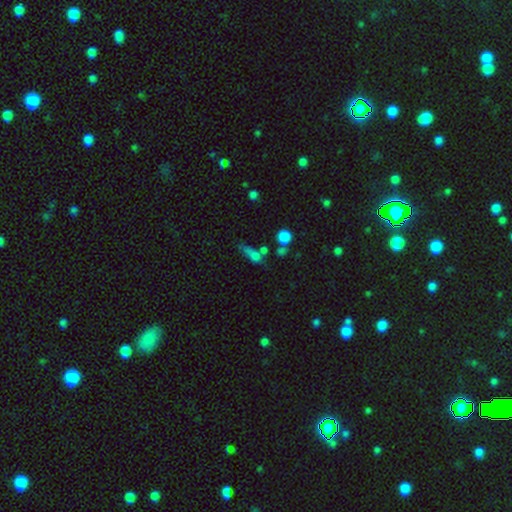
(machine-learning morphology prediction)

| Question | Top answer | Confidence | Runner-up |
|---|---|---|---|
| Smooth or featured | smooth | 63% | featured or disk (21%) |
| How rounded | in between | 45% | cigar-shaped (30%) |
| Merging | none | 33% | merger (25%) |